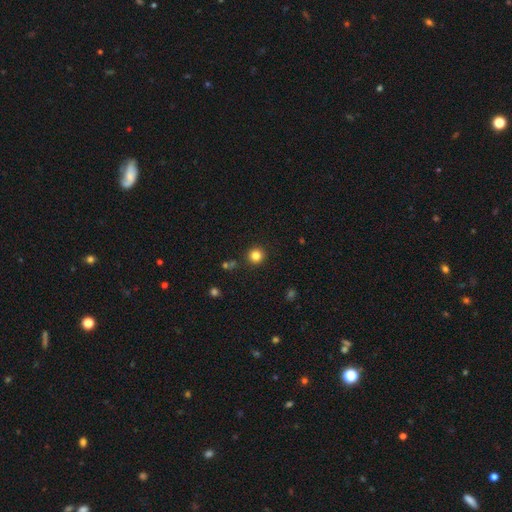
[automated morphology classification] A smooth galaxy with no disk features (82%) that is round (94%). Merging: none (90%).